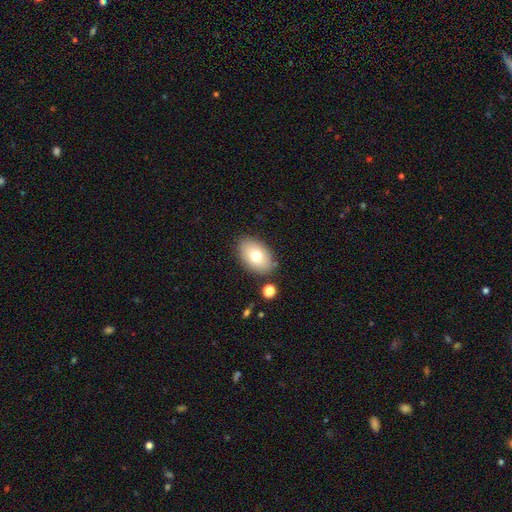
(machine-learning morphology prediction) Smooth or featured? smooth (74%)
How rounded? in between (88%)
Merging? none (83%)